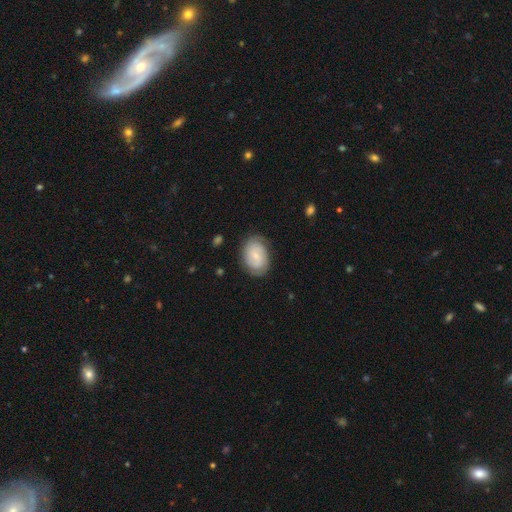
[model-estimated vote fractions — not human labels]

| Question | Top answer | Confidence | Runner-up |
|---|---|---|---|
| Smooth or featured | featured or disk | 49% | smooth (44%) |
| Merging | none | 76% | minor disturbance (17%) |